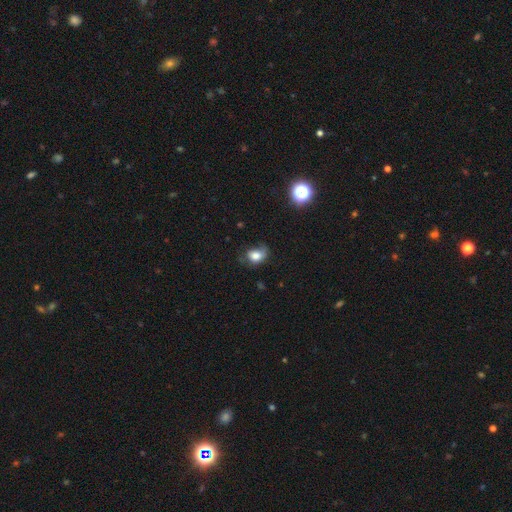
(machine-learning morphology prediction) smooth 76%, featured or disk 13%, star or artifact 11%. Down the decision tree: how rounded — in between (58%); merging — none (43%).